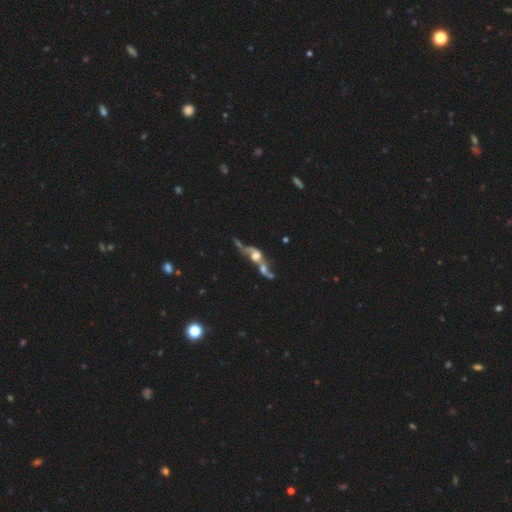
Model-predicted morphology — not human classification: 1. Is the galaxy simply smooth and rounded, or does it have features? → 62% featured or disk, 25% smooth, 13% star or artifact.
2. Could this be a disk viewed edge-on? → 80% no, 20% yes.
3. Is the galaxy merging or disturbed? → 64% merger, 16% major disturbance, 14% none, 7% minor disturbance.